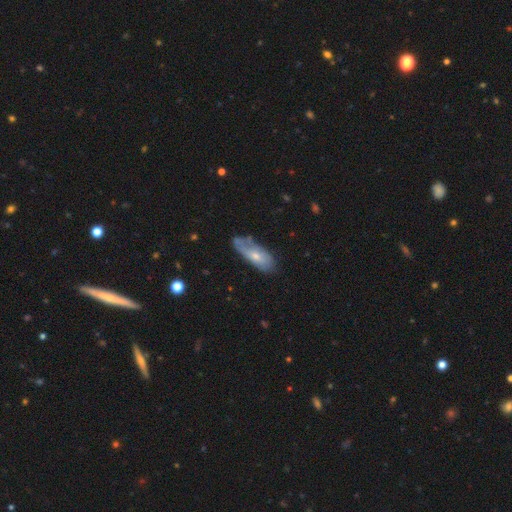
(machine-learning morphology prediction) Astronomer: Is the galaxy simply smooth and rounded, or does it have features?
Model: smooth — 54% (runner-up: featured or disk, 40%).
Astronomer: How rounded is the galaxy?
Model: in between — 75%.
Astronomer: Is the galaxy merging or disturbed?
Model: none — 45% (runner-up: minor disturbance, 34%).